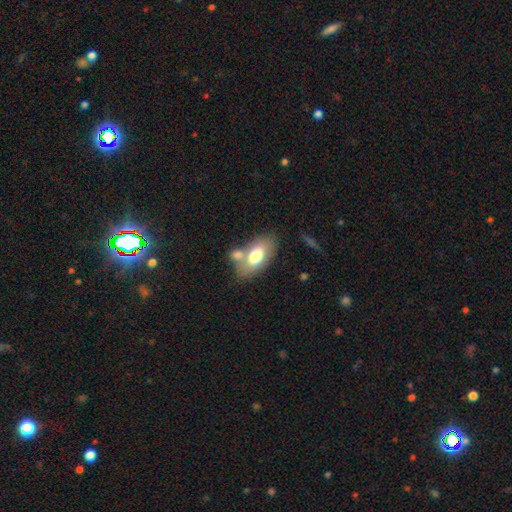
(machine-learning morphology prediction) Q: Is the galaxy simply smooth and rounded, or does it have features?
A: smooth — 70%.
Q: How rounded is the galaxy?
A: in between — 91%.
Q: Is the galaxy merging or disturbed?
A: none — 51%.